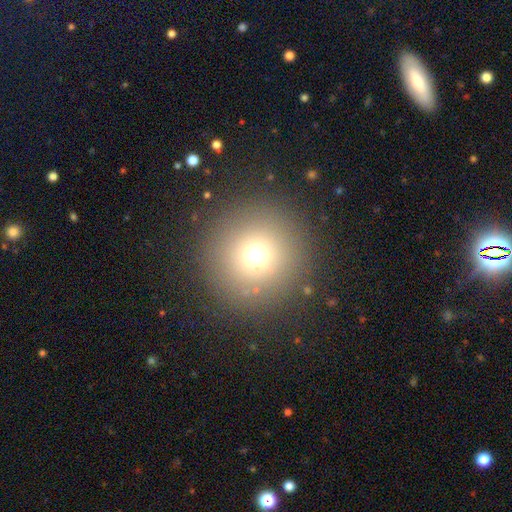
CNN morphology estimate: type=smooth (68%); roundness=round (96%); merging=none (88%).